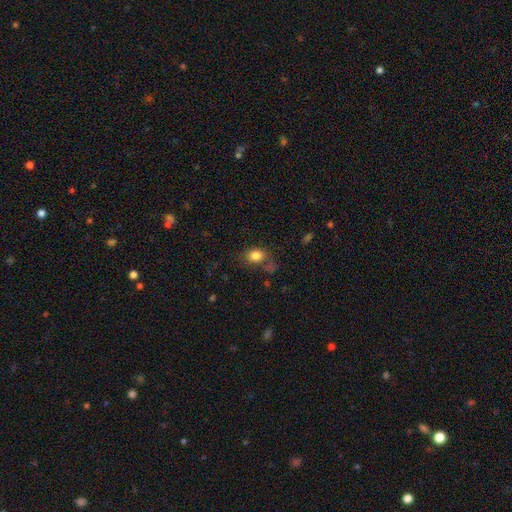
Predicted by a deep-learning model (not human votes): Morphology: type=smooth (82%); roundness=in between (58%); merging=none (57%).